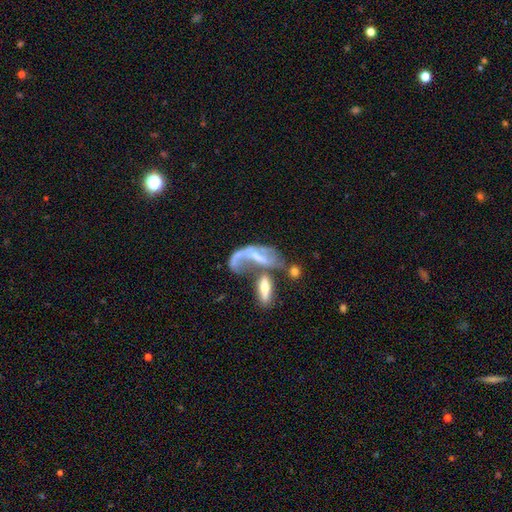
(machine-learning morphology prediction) smooth-or-featured: featured or disk: 63% | smooth: 26% | star or artifact: 10%
  disk-edge-on: no: 89% | yes: 11%
    bar: no: 53% | weak: 29% | strong: 18%
    has-spiral-arms: yes: 52% | no: 48%
    bulge-size: none: 39% | small: 34% | moderate: 21% | large: 4% | dominant: 2%
  merging: merger: 44% | major disturbance: 32% | none: 15% | minor disturbance: 9%